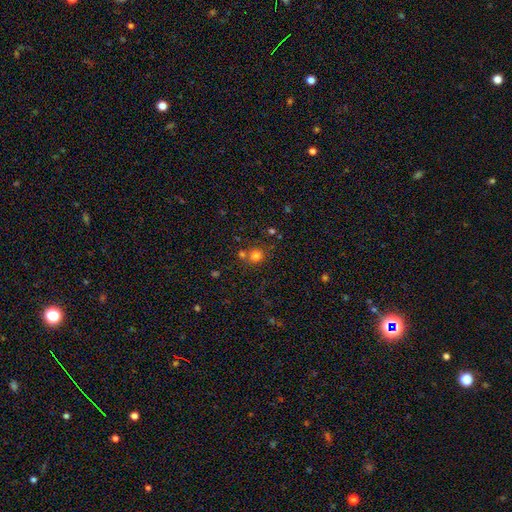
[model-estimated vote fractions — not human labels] Smooth or featured? Predicted: smooth (p=0.77). How rounded? Predicted: round (p=0.87). Merging? Predicted: none (p=0.65).